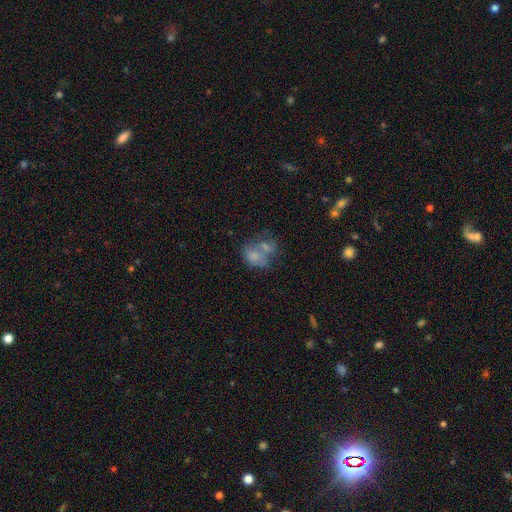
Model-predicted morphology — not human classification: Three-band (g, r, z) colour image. It shows a smooth galaxy with no disk features (64%) that is in between round and cigar-shaped (60%). Merging: merger (59%).